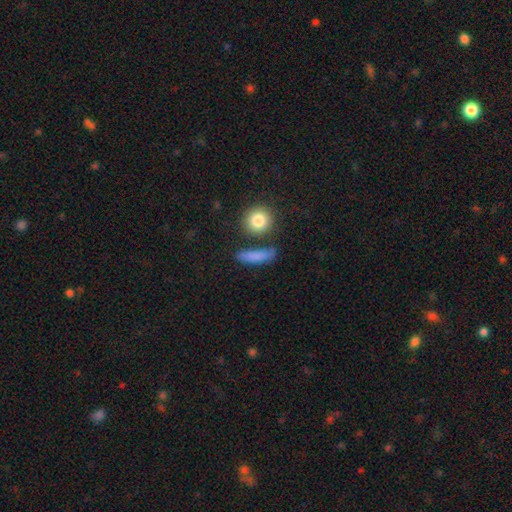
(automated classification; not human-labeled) smooth_or_featured: smooth (p=0.79) [alt: featured or disk p=0.11]
how_rounded: cigar-shaped (p=0.56) [alt: in between p=0.26]
merging: none (p=0.68) [alt: minor disturbance p=0.16]